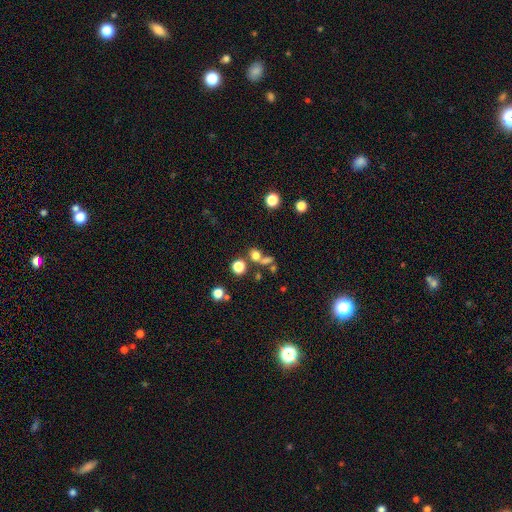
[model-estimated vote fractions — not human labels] smooth-or-featured: smooth: 70% | star or artifact: 19% | featured or disk: 11%
  how-rounded: round: 73% | in between: 25% | cigar-shaped: 2%
  merging: none: 47% | merger: 36% | minor disturbance: 9% | major disturbance: 8%